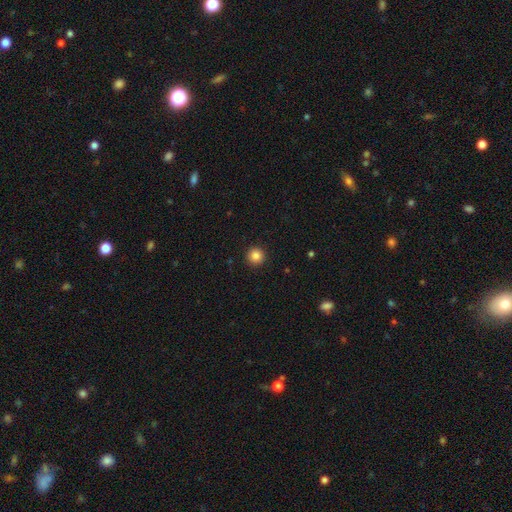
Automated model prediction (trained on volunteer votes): Overall: smooth (85%). How rounded: round (96%). Merging: none (93%).